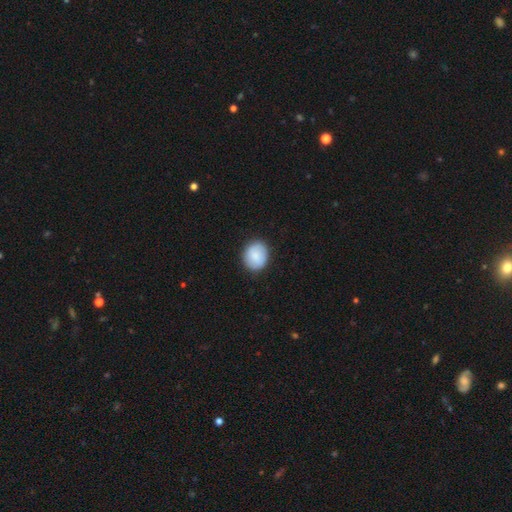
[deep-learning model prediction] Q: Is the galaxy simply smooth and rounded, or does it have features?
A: smooth — 84%.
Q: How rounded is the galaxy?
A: round — 62%.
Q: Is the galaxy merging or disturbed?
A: none — 88%.